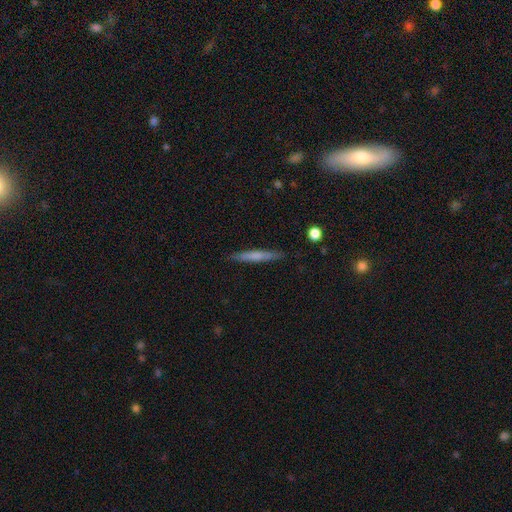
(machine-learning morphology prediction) Smooth or featured? Predicted: smooth (p=0.58). How rounded? Predicted: cigar-shaped (p=0.95). Merging? Predicted: none (p=0.88).